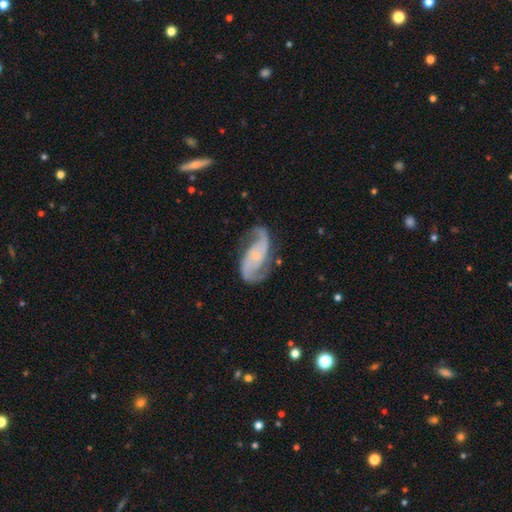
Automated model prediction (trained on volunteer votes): Q: Smooth or featured?
A: featured or disk (89%); runner-up: smooth (6%)
Q: Edge-on disk?
A: no (97%); runner-up: yes (3%)
Q: Bar?
A: no (54%); runner-up: weak (32%)
Q: Spiral arms?
A: yes (97%); runner-up: no (3%)
Q: Spiral winding?
A: medium (46%); runner-up: loose (36%)
Q: Spiral arm count?
A: 2 (92%); runner-up: can't tell (3%)
Q: Bulge size?
A: small (59%); runner-up: none (25%)
Q: Merging?
A: none (71%); runner-up: minor disturbance (18%)